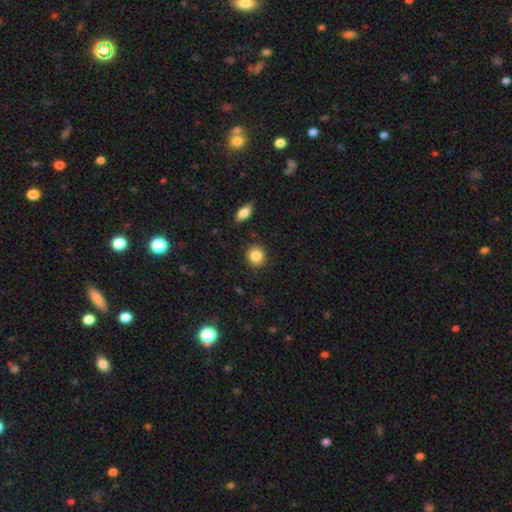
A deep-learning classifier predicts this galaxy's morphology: Smooth or featured?
  - smooth: 85% *
  - star or artifact: 9%
  - featured or disk: 7%
How rounded?
  - round: 83% *
  - in between: 16%
  - cigar-shaped: 1%
Merging?
  - none: 89% *
  - minor disturbance: 7%
  - major disturbance: 2%
  - merger: 2%